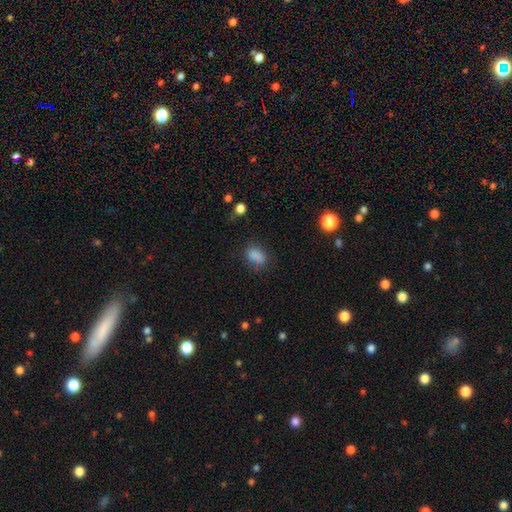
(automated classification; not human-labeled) smooth_or_featured: smooth (p=0.82) [alt: star or artifact p=0.12]
how_rounded: in between (p=0.76) [alt: round p=0.22]
merging: none (p=0.69) [alt: minor disturbance p=0.21]